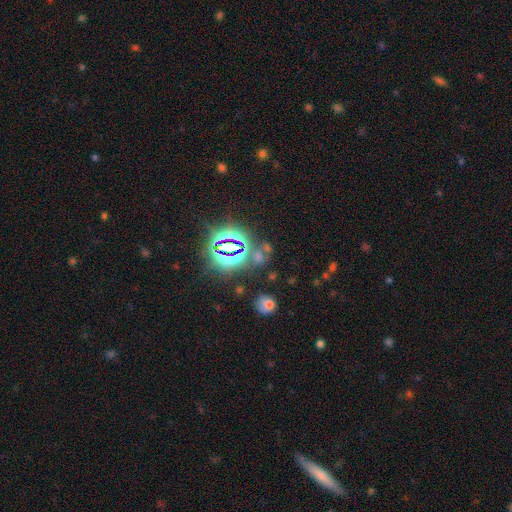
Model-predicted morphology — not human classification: Smooth or featured? star or artifact (75%)